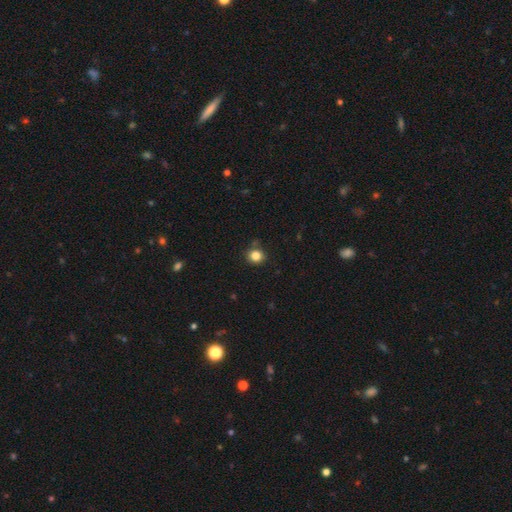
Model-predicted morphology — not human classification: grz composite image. It shows a smooth galaxy with no disk features (83%) that is round (86%). Merging: none (83%).